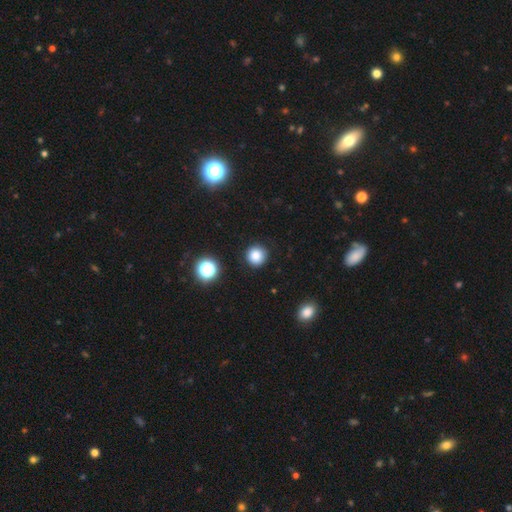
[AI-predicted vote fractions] A smooth galaxy with no disk features (83%) that is round (94%). Merging: none (90%).